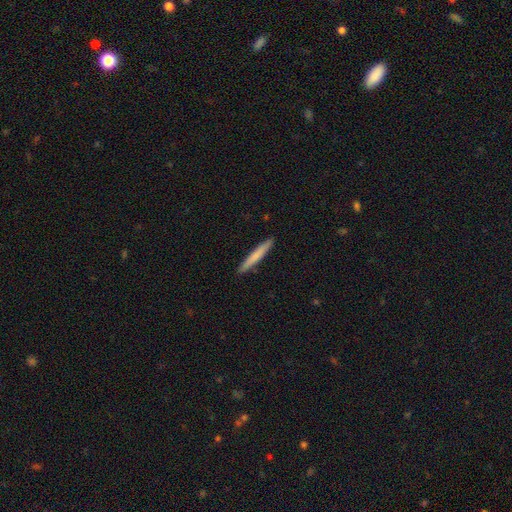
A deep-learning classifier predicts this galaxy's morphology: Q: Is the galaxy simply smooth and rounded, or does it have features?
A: smooth — 72%.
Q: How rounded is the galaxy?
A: cigar-shaped — 96%.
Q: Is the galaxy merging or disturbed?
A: none — 92%.